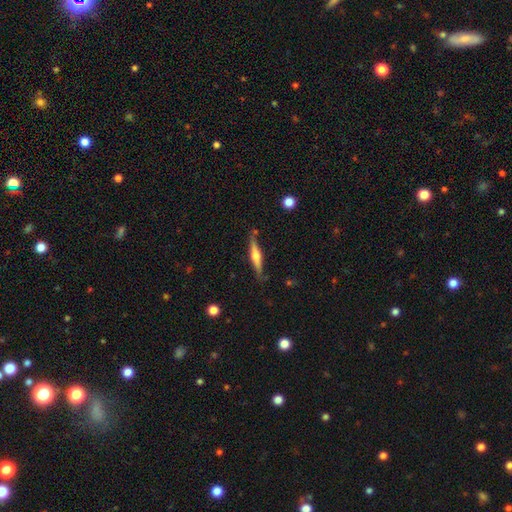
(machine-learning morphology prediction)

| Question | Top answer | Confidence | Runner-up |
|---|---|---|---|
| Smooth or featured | featured or disk | 66% | smooth (28%) |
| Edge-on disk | yes | 97% | no (3%) |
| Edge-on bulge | rounded | 87% | boxy (8%) |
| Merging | none | 81% | minor disturbance (13%) |